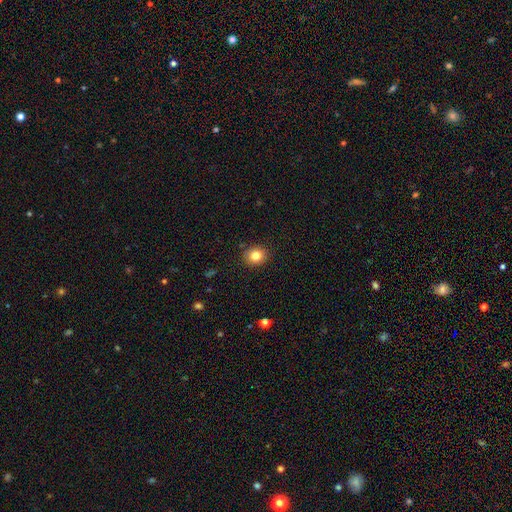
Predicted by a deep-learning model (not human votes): smooth-or-featured: smooth: 83% | star or artifact: 11% | featured or disk: 6%
  how-rounded: round: 76% | in between: 23% | cigar-shaped: 1%
  merging: none: 90% | minor disturbance: 7% | major disturbance: 2% | merger: 1%